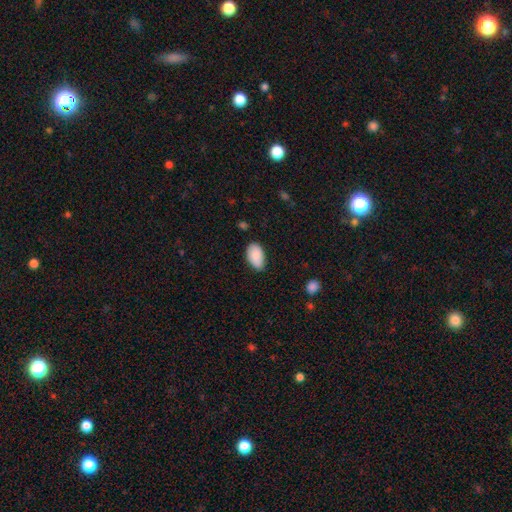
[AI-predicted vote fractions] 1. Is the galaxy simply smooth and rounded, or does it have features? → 87% smooth, 6% star or artifact, 6% featured or disk.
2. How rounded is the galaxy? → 94% in between, 5% round, 1% cigar-shaped.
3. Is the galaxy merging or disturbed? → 69% none, 26% minor disturbance, 4% major disturbance, 2% merger.